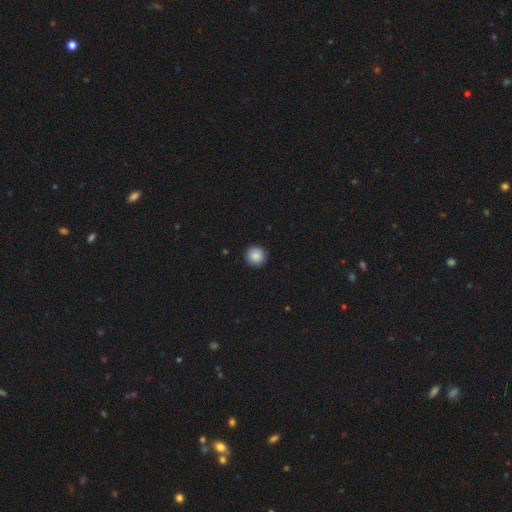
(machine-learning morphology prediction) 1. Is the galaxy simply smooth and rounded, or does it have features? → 88% smooth, 8% star or artifact, 4% featured or disk.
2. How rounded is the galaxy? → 95% round, 4% in between, 1% cigar-shaped.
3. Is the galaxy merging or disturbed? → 92% none, 5% minor disturbance, 2% major disturbance, 1% merger.